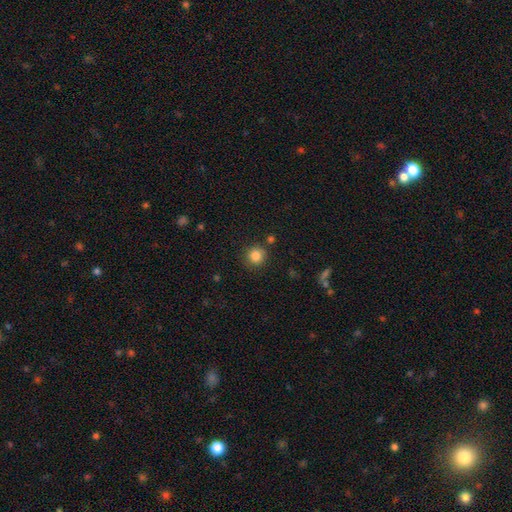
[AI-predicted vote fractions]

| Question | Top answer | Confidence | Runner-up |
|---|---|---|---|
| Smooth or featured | smooth | 84% | star or artifact (11%) |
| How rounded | round | 93% | in between (6%) |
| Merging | none | 85% | minor disturbance (9%) |